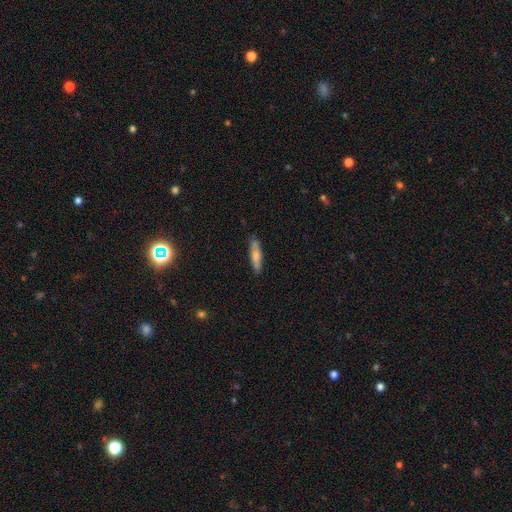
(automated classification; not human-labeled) Q: Smooth or featured?
A: smooth (69%); runner-up: featured or disk (25%)
Q: How rounded?
A: cigar-shaped (77%); runner-up: in between (21%)
Q: Merging?
A: none (84%); runner-up: minor disturbance (12%)